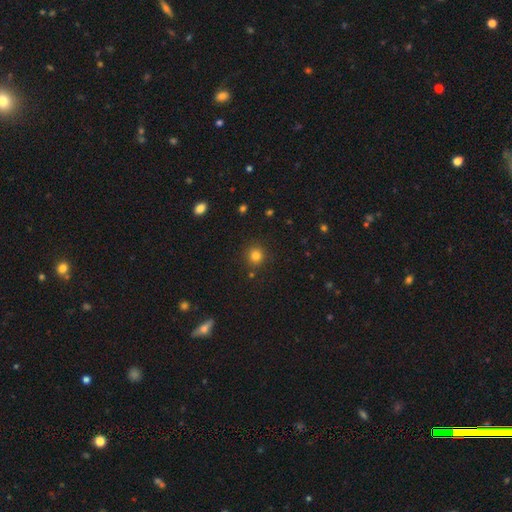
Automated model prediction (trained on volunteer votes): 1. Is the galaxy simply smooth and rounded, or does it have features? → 81% smooth, 14% star or artifact, 5% featured or disk.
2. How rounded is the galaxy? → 92% round, 7% in between, 1% cigar-shaped.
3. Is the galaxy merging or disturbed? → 88% none, 7% minor disturbance, 3% merger, 2% major disturbance.